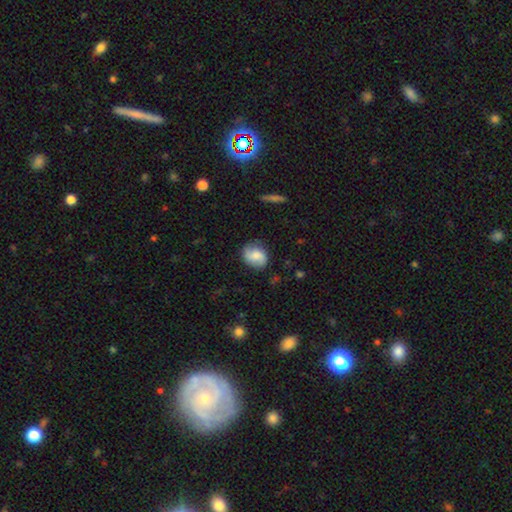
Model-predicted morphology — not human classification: This appears to be a smooth galaxy with no disk features (48%). Merging: none (76%).